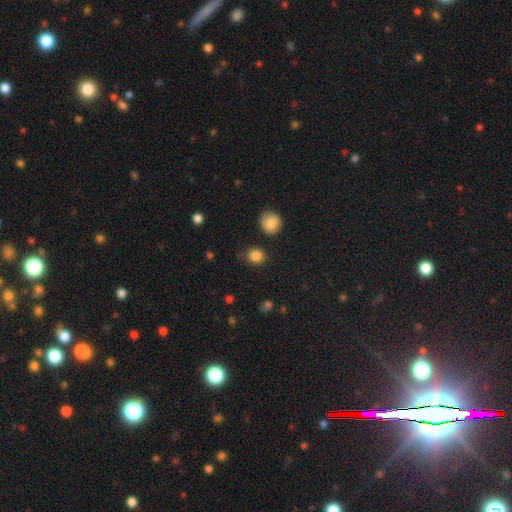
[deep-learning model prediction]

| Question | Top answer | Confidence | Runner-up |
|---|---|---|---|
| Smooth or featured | smooth | 86% | star or artifact (10%) |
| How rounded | round | 73% | in between (26%) |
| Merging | none | 80% | minor disturbance (14%) |